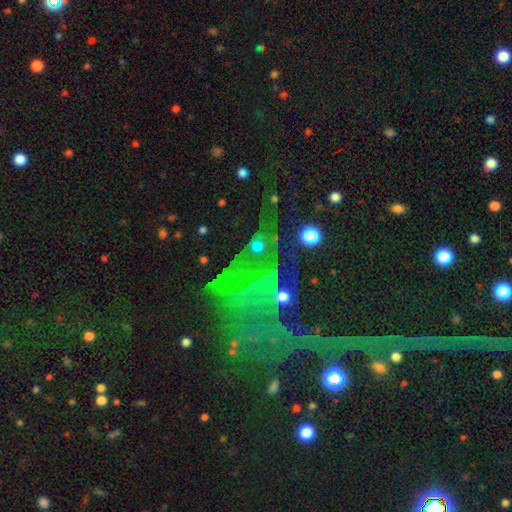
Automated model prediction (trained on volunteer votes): Morphology: type=star or artifact (53%).